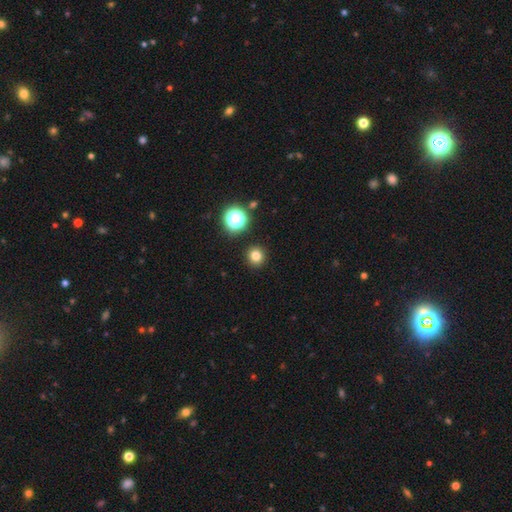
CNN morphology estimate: smooth_or_featured: smooth (p=0.78) [alt: star or artifact p=0.16]
how_rounded: round (p=0.92) [alt: in between p=0.07]
merging: none (p=0.91) [alt: minor disturbance p=0.05]